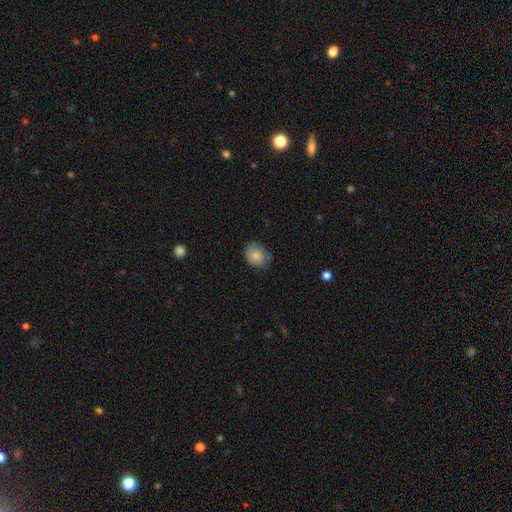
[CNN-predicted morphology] smooth-or-featured: smooth: 83% | featured or disk: 9% | star or artifact: 8%
  how-rounded: round: 52% | in between: 47% | cigar-shaped: 1%
  merging: none: 71% | minor disturbance: 23% | major disturbance: 5% | merger: 1%